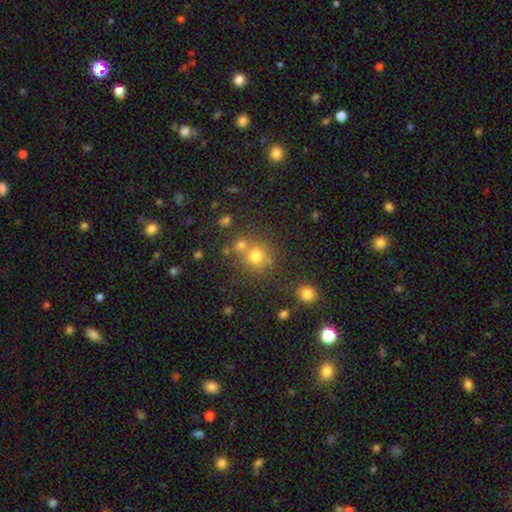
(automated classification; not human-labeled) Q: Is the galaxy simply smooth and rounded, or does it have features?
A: smooth — 71%.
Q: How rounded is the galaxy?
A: round — 89%.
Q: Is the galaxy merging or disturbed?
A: none — 65%.